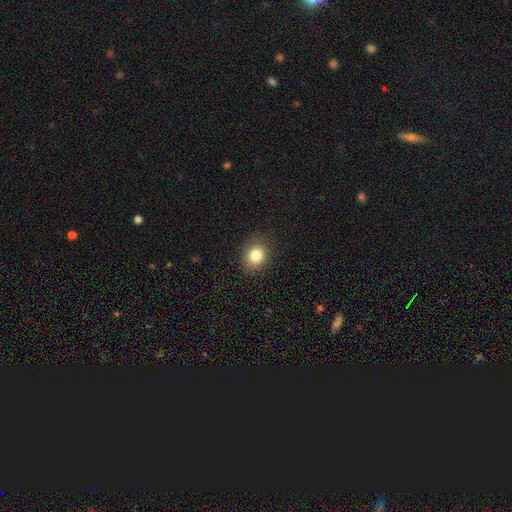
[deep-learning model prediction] smooth-or-featured: smooth: 83% | star or artifact: 10% | featured or disk: 7%
  how-rounded: round: 52% | in between: 47% | cigar-shaped: 1%
  merging: none: 85% | minor disturbance: 11% | major disturbance: 3% | merger: 1%